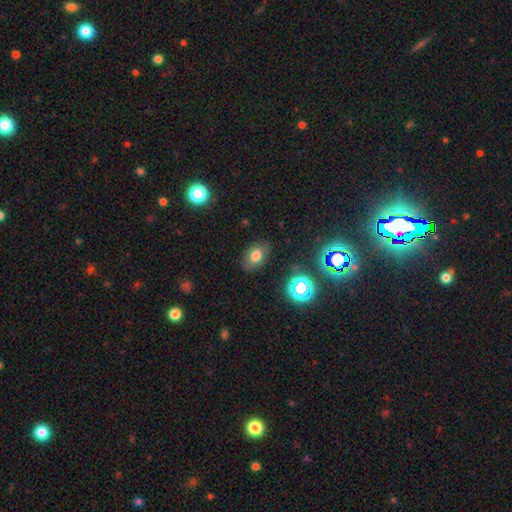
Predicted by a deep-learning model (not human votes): A smooth galaxy with no disk features (65%) that is in between round and cigar-shaped (82%).

Vote fractions:
- Smooth or featured? smooth: 65% / star or artifact: 18% / featured or disk: 17%
- How rounded? in between: 82% / round: 17% / cigar-shaped: 1%
- Merging? none: 82% / minor disturbance: 13% / major disturbance: 4% / merger: 2%